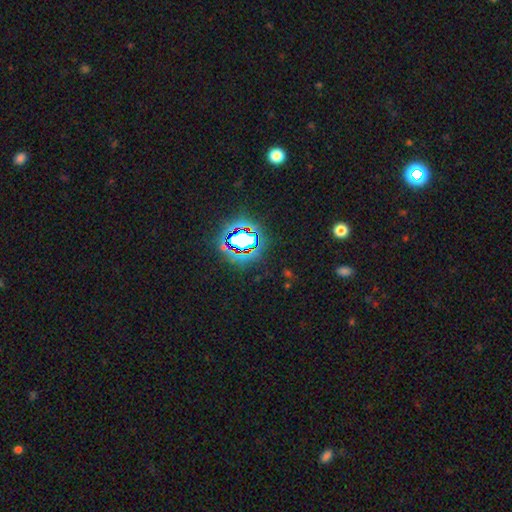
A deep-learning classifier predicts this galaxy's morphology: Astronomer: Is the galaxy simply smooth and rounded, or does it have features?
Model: star or artifact — 81%.